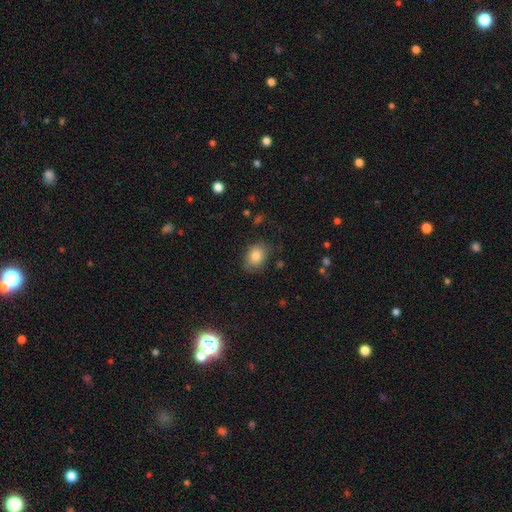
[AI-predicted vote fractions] Smooth or featured? Predicted: smooth (p=0.83). How rounded? Predicted: in between (p=0.68). Merging? Predicted: none (p=0.74).